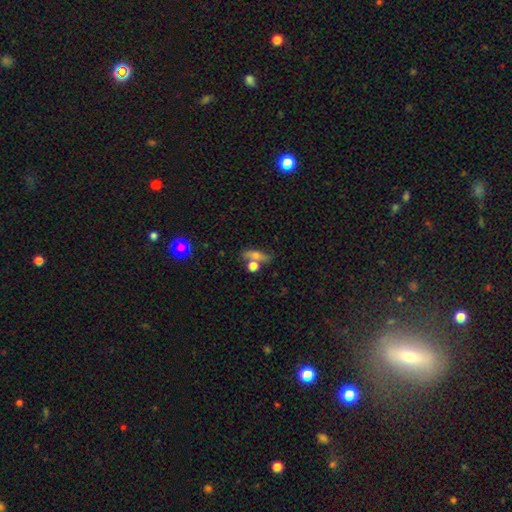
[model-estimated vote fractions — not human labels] Morphology: type=smooth (55%); roundness=cigar-shaped (48%); merging=none (55%).